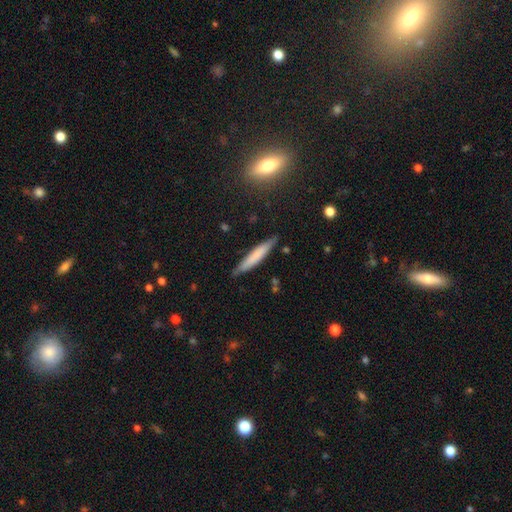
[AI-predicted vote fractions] A smooth galaxy with no disk features (66%) that is cigar-shaped (93%).

Vote fractions:
- Smooth or featured? smooth: 66% / featured or disk: 27% / star or artifact: 7%
- How rounded? cigar-shaped: 93% / in between: 6% / round: 1%
- Merging? none: 84% / minor disturbance: 12% / major disturbance: 2% / merger: 2%